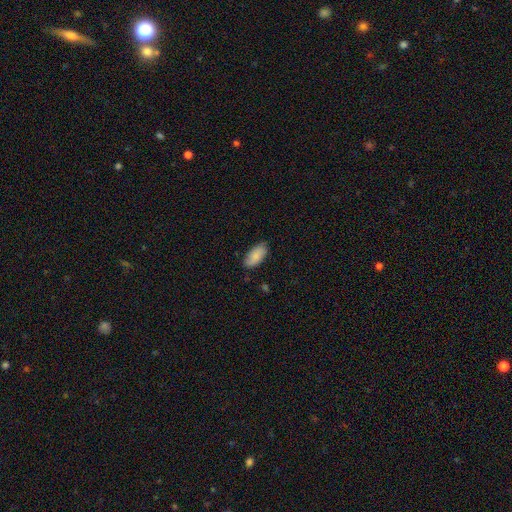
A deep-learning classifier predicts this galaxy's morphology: Smooth or featured?
  - smooth: 85% *
  - featured or disk: 9%
  - star or artifact: 6%
How rounded?
  - in between: 92% *
  - cigar-shaped: 6%
  - round: 2%
Merging?
  - none: 82% *
  - minor disturbance: 15%
  - major disturbance: 2%
  - merger: 1%